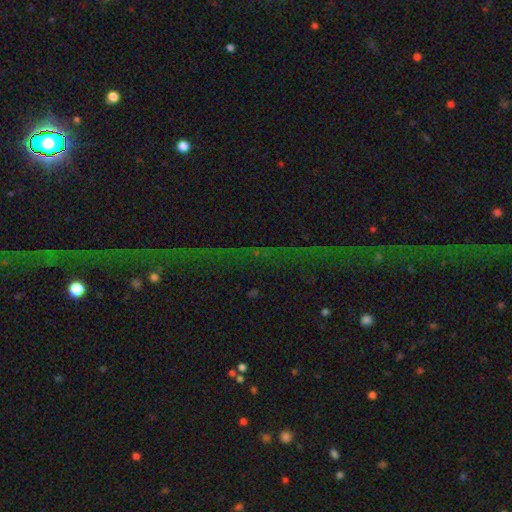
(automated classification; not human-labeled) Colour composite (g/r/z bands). It shows a star or artifact, not a galaxy (77%).